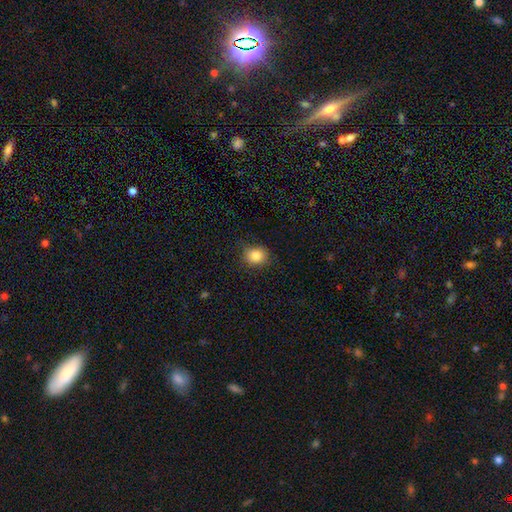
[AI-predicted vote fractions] Q: Smooth or featured?
A: smooth (85%); runner-up: star or artifact (10%)
Q: How rounded?
A: round (74%); runner-up: in between (25%)
Q: Merging?
A: none (84%); runner-up: minor disturbance (12%)